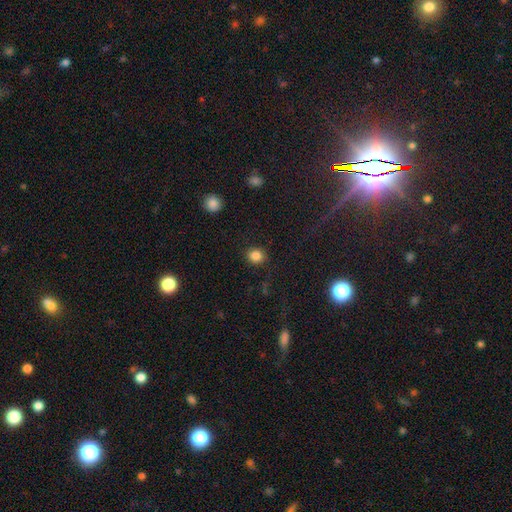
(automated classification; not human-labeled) A smooth galaxy with no disk features (85%) that is round (83%). Merging: none (89%).